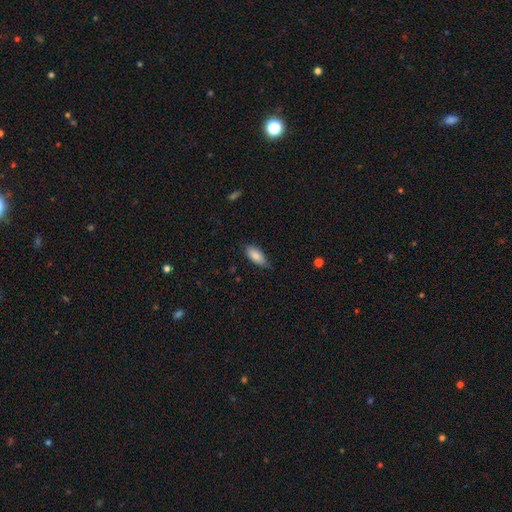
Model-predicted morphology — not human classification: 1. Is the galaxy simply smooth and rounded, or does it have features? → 85% smooth, 9% featured or disk, 6% star or artifact.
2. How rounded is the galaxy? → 85% in between, 14% cigar-shaped, 2% round.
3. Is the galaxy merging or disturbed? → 72% none, 23% minor disturbance, 3% major disturbance, 1% merger.